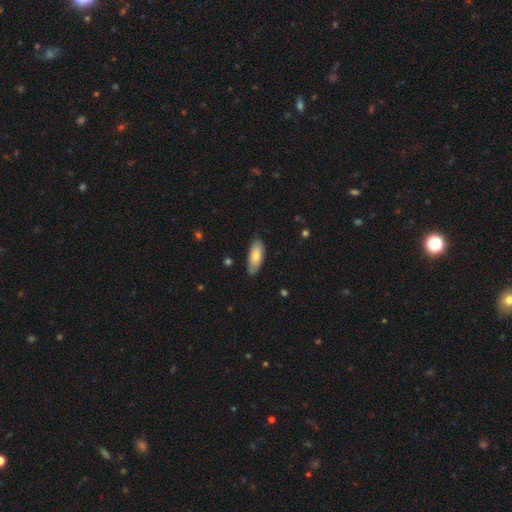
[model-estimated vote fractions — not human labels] This appears to be a smooth galaxy with no disk features (78%) that is in between round and cigar-shaped (79%). Merging: none (82%).